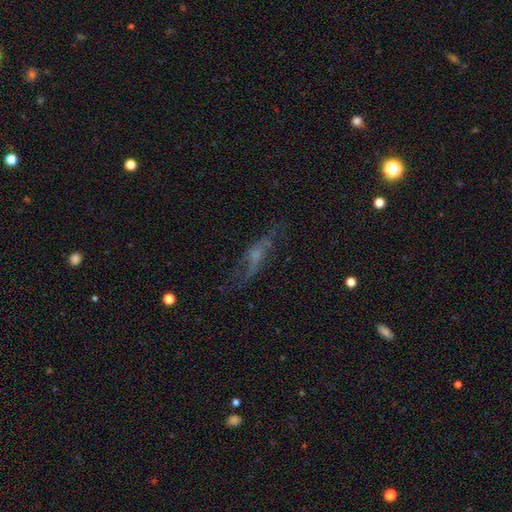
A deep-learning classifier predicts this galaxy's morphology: Q: Smooth or featured?
A: featured or disk (57%); runner-up: smooth (27%)
Q: Edge-on disk?
A: no (67%); runner-up: yes (33%)
Q: Merging?
A: none (58%); runner-up: minor disturbance (21%)